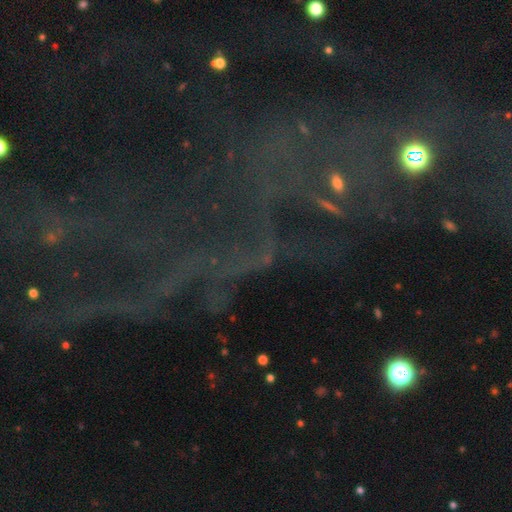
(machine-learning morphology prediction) A star or artifact, not a galaxy (71%).

Vote fractions:
- Smooth or featured? star or artifact: 71% / featured or disk: 17% / smooth: 12%